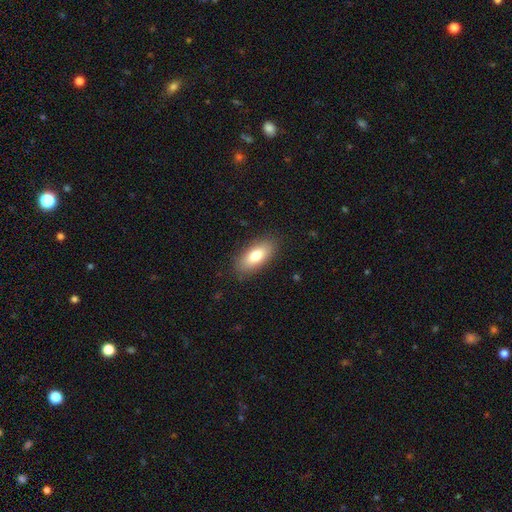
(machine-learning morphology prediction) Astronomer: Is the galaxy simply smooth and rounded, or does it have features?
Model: smooth — 80%.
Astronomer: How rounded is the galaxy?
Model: in between — 86%.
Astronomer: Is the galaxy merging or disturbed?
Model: none — 86%.